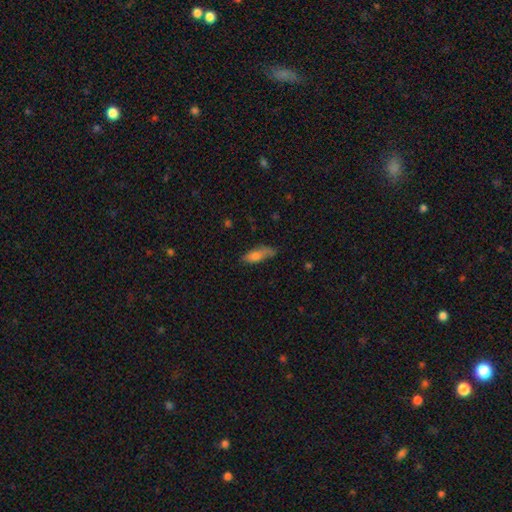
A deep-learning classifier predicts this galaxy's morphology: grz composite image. It shows a smooth galaxy with no disk features (73%) that is in between round and cigar-shaped (65%). Merging: none (54%).